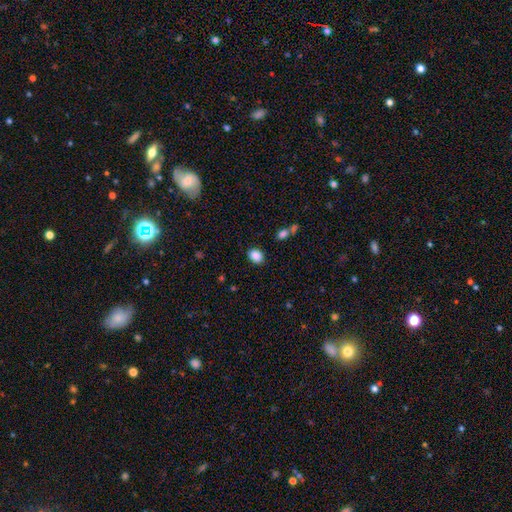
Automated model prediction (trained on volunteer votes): Overall: smooth (87%). How rounded: in between (59%; round 40%). Merging: none (84%).